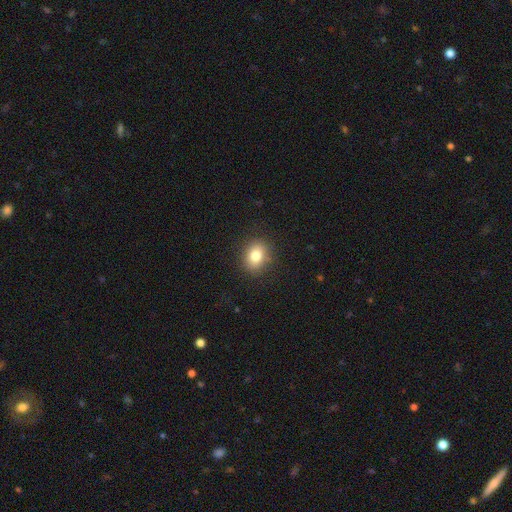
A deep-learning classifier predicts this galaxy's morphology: smooth-or-featured: smooth: 81% | star or artifact: 10% | featured or disk: 9%
  how-rounded: in between: 52% | round: 47% | cigar-shaped: 1%
  merging: none: 87% | minor disturbance: 9% | major disturbance: 3% | merger: 1%